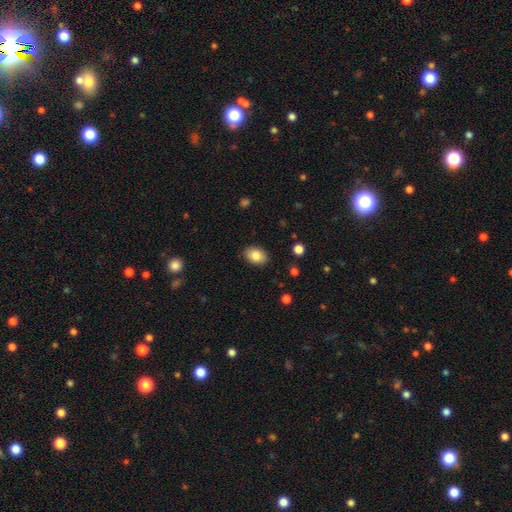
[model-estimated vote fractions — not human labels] A smooth galaxy with no disk features (85%) that is in between round and cigar-shaped (82%). Merging: none (88%).